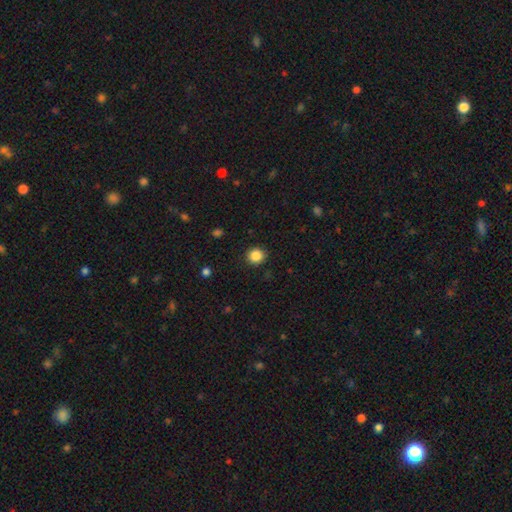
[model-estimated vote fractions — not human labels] smooth_or_featured: smooth (p=0.86) [alt: star or artifact p=0.10]
how_rounded: round (p=0.89) [alt: in between p=0.10]
merging: none (p=0.91) [alt: minor disturbance p=0.06]